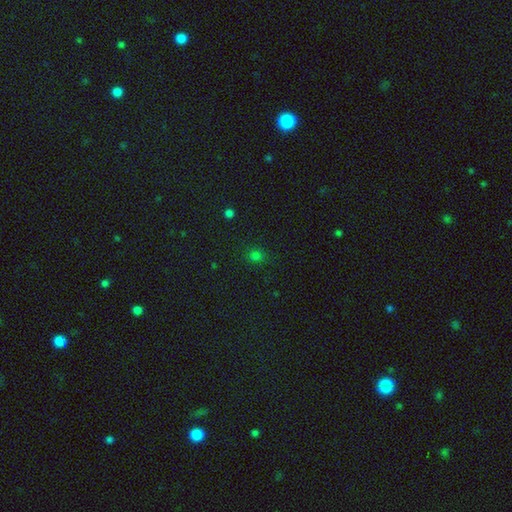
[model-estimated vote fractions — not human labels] Q: Smooth or featured?
A: smooth (71%); runner-up: star or artifact (25%)
Q: How rounded?
A: round (76%); runner-up: in between (23%)
Q: Merging?
A: none (84%); runner-up: minor disturbance (11%)